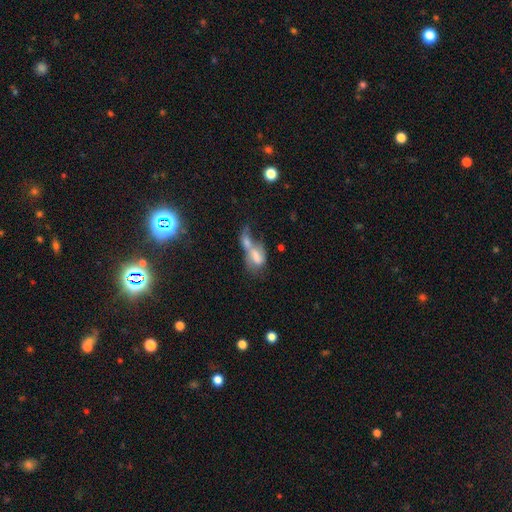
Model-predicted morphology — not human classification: smooth-or-featured: smooth: 55% | featured or disk: 35% | star or artifact: 10%
  how-rounded: in between: 83% | round: 11% | cigar-shaped: 5%
  merging: merger: 68% | major disturbance: 13% | none: 11% | minor disturbance: 8%